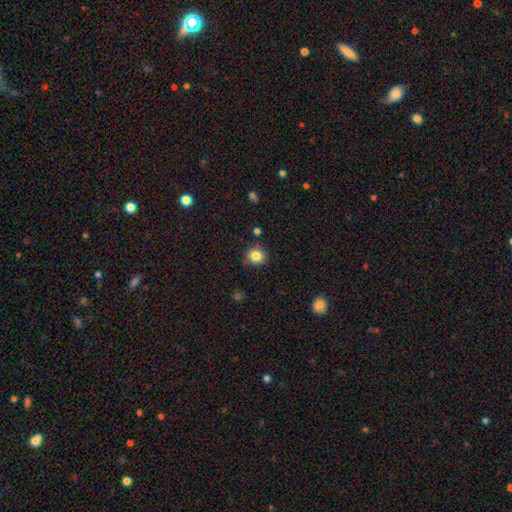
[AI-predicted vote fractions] A smooth galaxy with no disk features (84%) that is round (88%).

Vote fractions:
- Smooth or featured? smooth: 84% / star or artifact: 11% / featured or disk: 5%
- How rounded? round: 88% / in between: 11% / cigar-shaped: 1%
- Merging? none: 84% / minor disturbance: 10% / merger: 4% / major disturbance: 3%